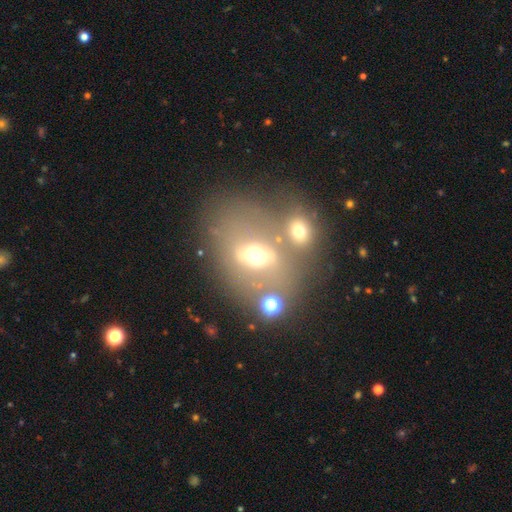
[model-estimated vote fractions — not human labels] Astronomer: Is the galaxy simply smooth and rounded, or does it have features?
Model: featured or disk — 47% (runner-up: smooth, 37%).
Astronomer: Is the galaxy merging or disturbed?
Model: none — 46% (runner-up: merger, 33%).